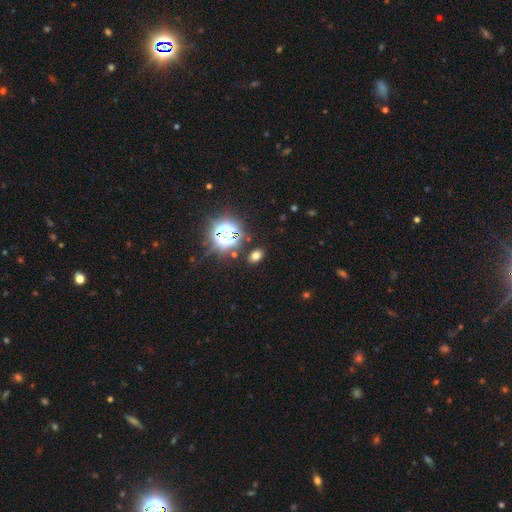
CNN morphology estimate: smooth 61%, star or artifact 31%, featured or disk 9%. Down the decision tree: how rounded — in between (79%); merging — none (87%).